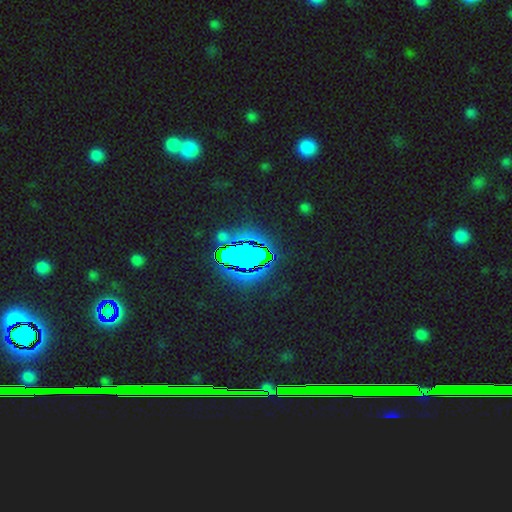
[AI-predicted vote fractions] smooth-or-featured: star or artifact: 81% | smooth: 10% | featured or disk: 9%